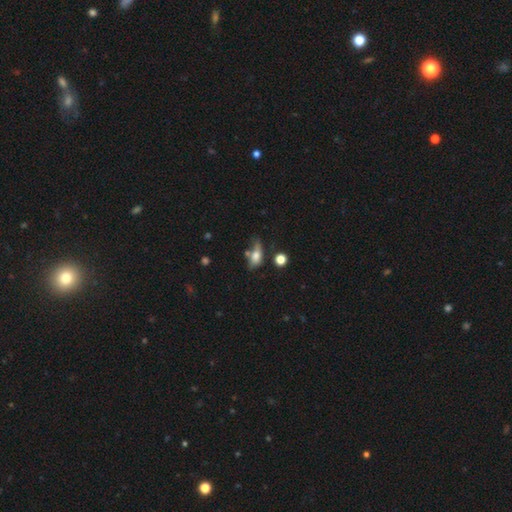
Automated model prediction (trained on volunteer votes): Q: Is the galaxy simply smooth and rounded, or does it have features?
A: smooth — 68%.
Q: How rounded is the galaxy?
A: in between — 74%.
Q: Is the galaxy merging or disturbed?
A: none — 36%.